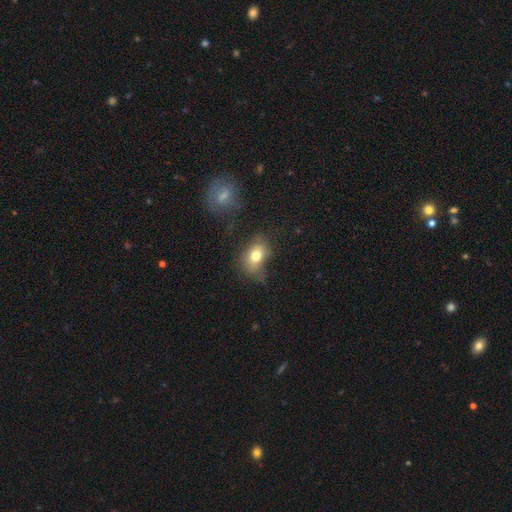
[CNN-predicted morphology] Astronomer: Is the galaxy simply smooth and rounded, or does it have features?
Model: smooth — 74%.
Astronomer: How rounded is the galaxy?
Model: in between — 77%.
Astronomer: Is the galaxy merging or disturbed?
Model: none — 50% (runner-up: minor disturbance, 29%).